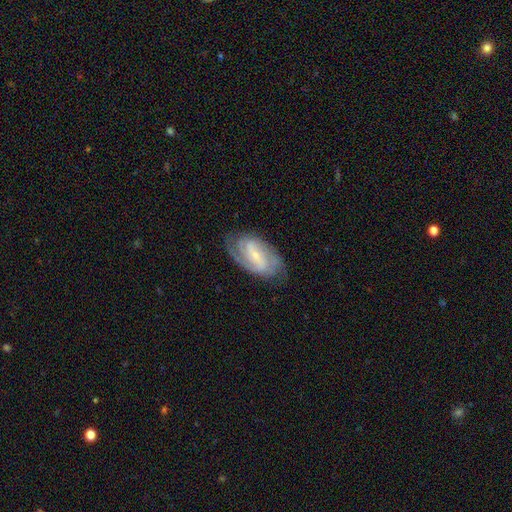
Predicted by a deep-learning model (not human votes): Q: Smooth or featured?
A: featured or disk (87%); runner-up: smooth (8%)
Q: Edge-on disk?
A: no (96%); runner-up: yes (4%)
Q: Bar?
A: weak (45%); runner-up: strong (33%)
Q: Spiral arms?
A: yes (96%); runner-up: no (4%)
Q: Spiral winding?
A: tight (47%); runner-up: medium (42%)
Q: Spiral arm count?
A: 2 (58%); runner-up: 3 (16%)
Q: Bulge size?
A: small (76%); runner-up: moderate (19%)
Q: Merging?
A: none (76%); runner-up: minor disturbance (17%)